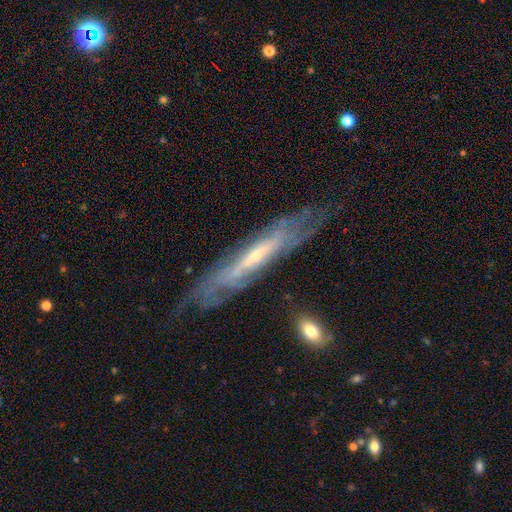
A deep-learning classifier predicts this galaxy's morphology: featured or disk 80%, smooth 13%, star or artifact 7%. Down the decision tree: edge-on disk — yes (54%); merging — none (70%).